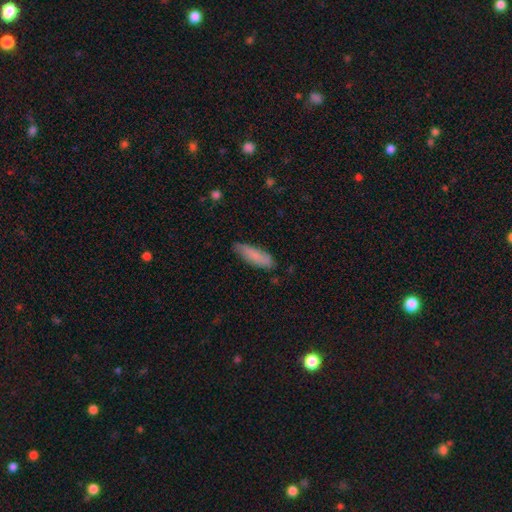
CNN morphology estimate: smooth-or-featured: smooth: 82% | featured or disk: 12% | star or artifact: 6%
  how-rounded: cigar-shaped: 57% | in between: 42% | round: 2%
  merging: none: 75% | minor disturbance: 20% | major disturbance: 3% | merger: 2%